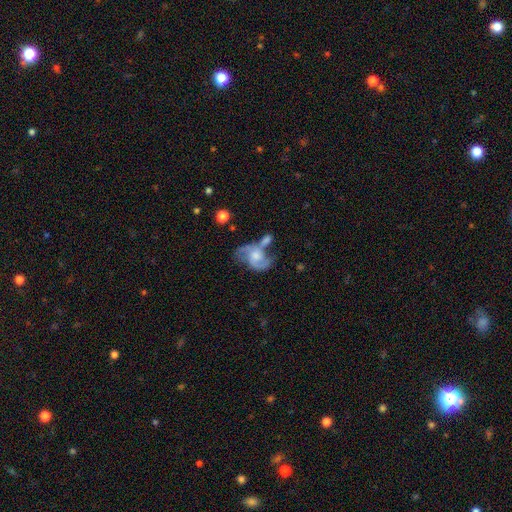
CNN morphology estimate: Q: Smooth or featured?
A: featured or disk (77%); runner-up: smooth (16%)
Q: Edge-on disk?
A: no (97%); runner-up: yes (3%)
Q: Bar?
A: no (64%); runner-up: weak (31%)
Q: Spiral arms?
A: yes (91%); runner-up: no (9%)
Q: Spiral winding?
A: medium (46%); runner-up: loose (40%)
Q: Spiral arm count?
A: 2 (87%); runner-up: can't tell (5%)
Q: Bulge size?
A: moderate (45%); runner-up: small (25%)
Q: Merging?
A: none (33%); tied with: merger (33%)